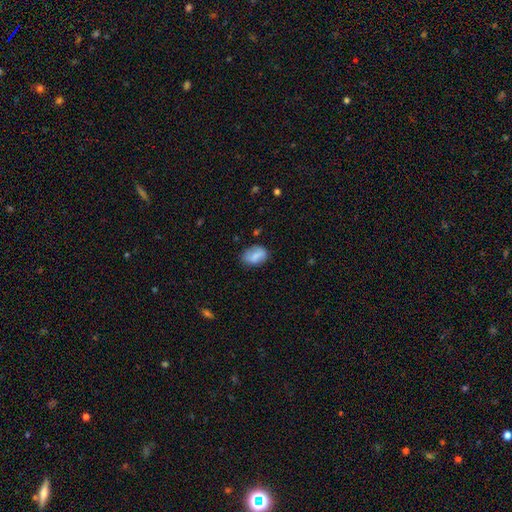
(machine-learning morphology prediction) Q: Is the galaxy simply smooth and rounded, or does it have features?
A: smooth — 76%.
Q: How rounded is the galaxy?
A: in between — 82%.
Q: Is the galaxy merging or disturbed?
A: none — 69%.